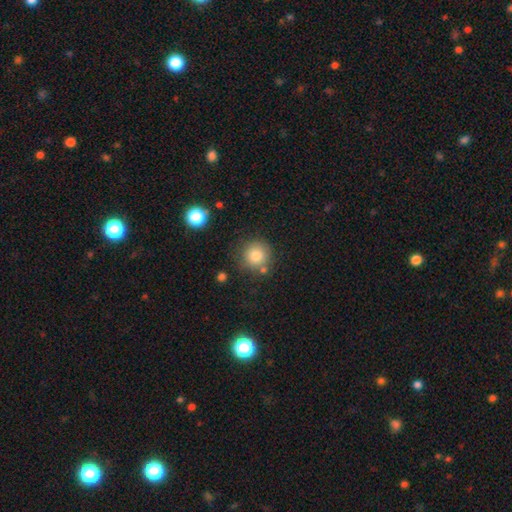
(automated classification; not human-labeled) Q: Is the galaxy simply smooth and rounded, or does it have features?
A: smooth — 81%.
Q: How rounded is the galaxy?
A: round — 93%.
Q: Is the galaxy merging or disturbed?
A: none — 77%.